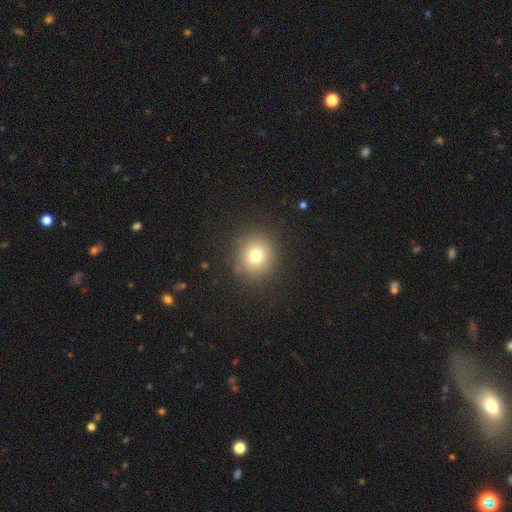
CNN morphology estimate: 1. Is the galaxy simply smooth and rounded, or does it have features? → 75% smooth, 14% star or artifact, 11% featured or disk.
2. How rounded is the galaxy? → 87% round, 12% in between, 1% cigar-shaped.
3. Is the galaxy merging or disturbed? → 87% none, 8% minor disturbance, 4% major disturbance, 1% merger.